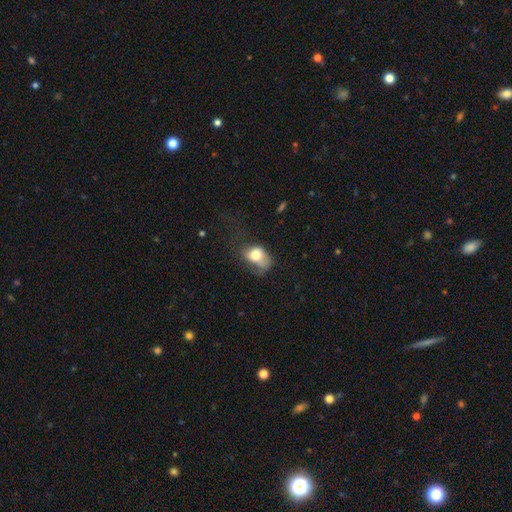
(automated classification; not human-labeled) smooth 72%, featured or disk 20%, star or artifact 8%. Down the decision tree: how rounded — in between (69%); merging — major disturbance (38%).